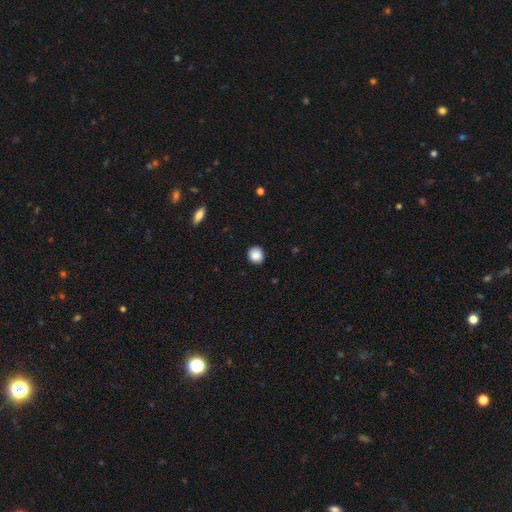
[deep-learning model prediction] smooth_or_featured: smooth (p=0.87) [alt: star or artifact p=0.09]
how_rounded: round (p=0.89) [alt: in between p=0.10]
merging: none (p=0.90) [alt: minor disturbance p=0.07]